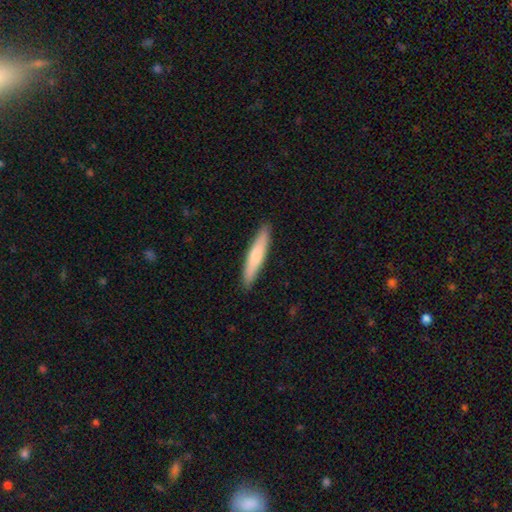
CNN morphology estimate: This is likely a smooth galaxy (72%). How rounded: clearly cigar-shaped (89%). Merging: clearly none (90%).